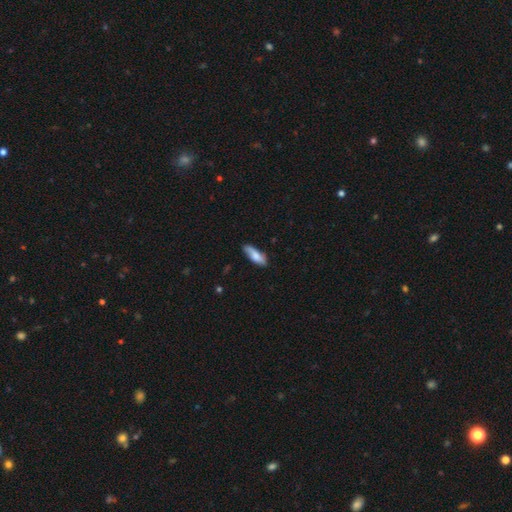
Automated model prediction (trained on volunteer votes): The model was most divided on "how rounded": in between: 60%, cigar-shaped: 37%, round: 2%. More confident: merging — none (77%); smooth or featured — smooth (69%).